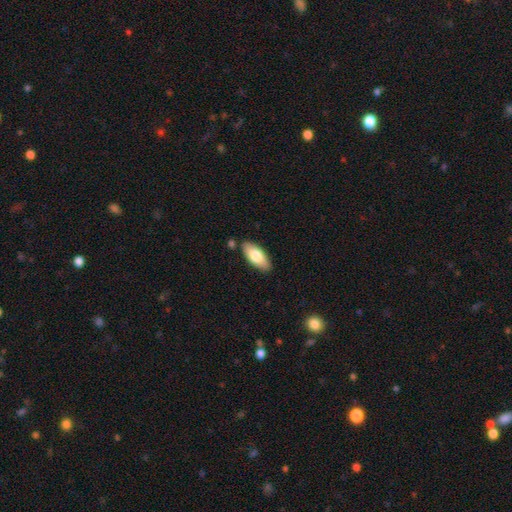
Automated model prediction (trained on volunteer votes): Smooth or featured: smooth — 77% (featured or disk — 18%)
How rounded: in between — 85% (cigar-shaped — 13%)
Merging: none — 82% (minor disturbance — 11%)